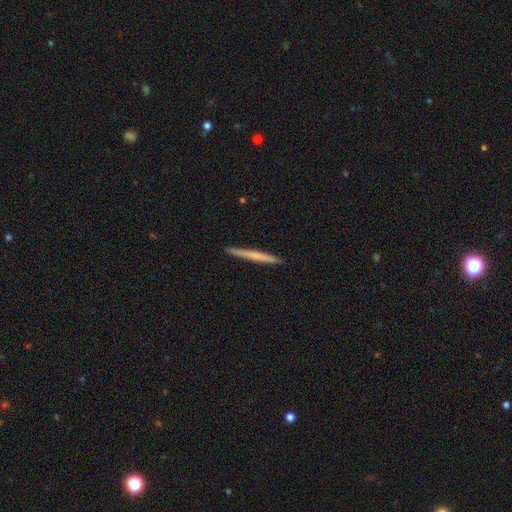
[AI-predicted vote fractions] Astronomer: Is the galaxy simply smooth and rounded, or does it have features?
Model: smooth — 55% (runner-up: featured or disk, 40%).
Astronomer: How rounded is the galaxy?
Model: cigar-shaped — 97%.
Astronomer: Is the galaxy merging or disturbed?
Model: none — 93%.